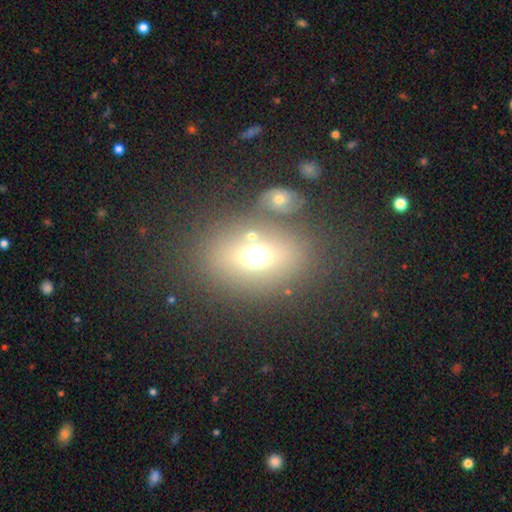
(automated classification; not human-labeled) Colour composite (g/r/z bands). It shows a smooth galaxy with no disk features (64%) that is in between round and cigar-shaped (62%). Merging: none (61%).